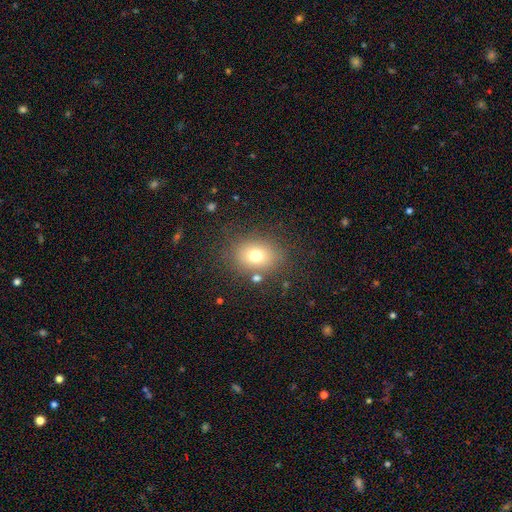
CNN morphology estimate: A smooth galaxy with no disk features (73%) that is round (53%).

Vote fractions:
- Smooth or featured? smooth: 73% / star or artifact: 14% / featured or disk: 12%
- How rounded? round: 53% / in between: 46% / cigar-shaped: 1%
- Merging? none: 79% / minor disturbance: 11% / major disturbance: 5% / merger: 5%